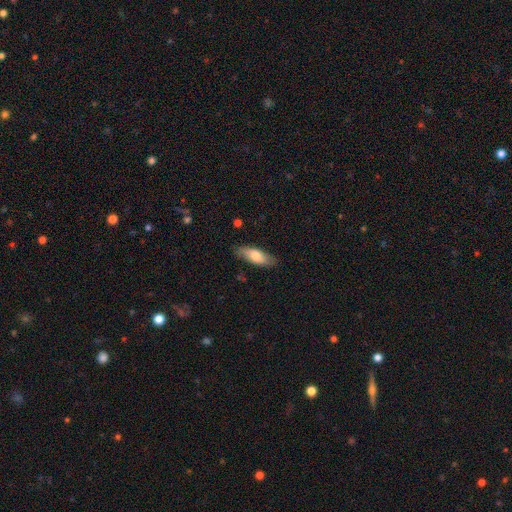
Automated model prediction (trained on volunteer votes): This appears to be a smooth galaxy with no disk features (71%) that is in between round and cigar-shaped (65%). Merging: none (83%).